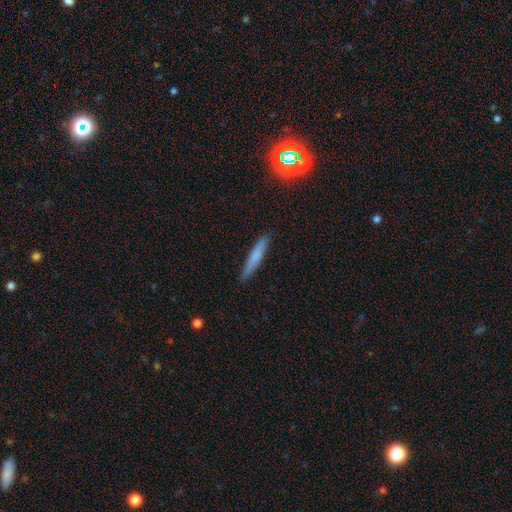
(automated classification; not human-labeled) Smooth or featured? smooth (68%)
How rounded? cigar-shaped (94%)
Merging? none (89%)